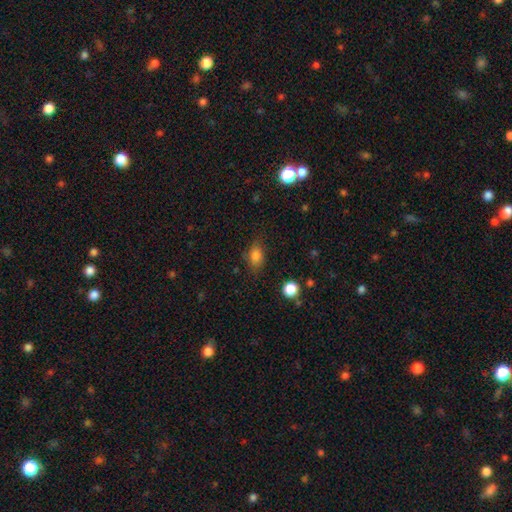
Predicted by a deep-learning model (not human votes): smooth_or_featured: smooth (p=0.80) [alt: star or artifact p=0.12]
how_rounded: in between (p=0.77) [alt: round p=0.19]
merging: none (p=0.74) [alt: minor disturbance p=0.19]